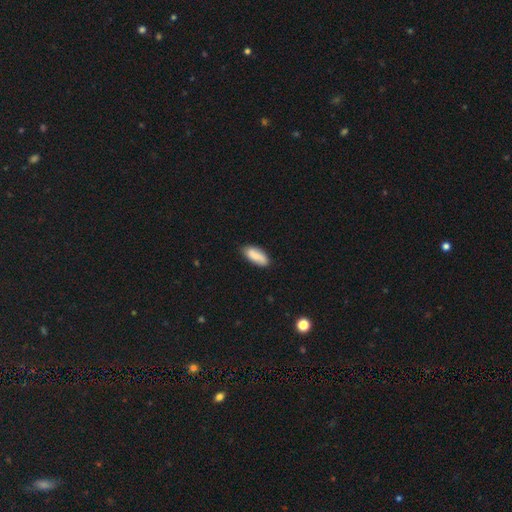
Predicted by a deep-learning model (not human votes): Overall: smooth (79%). How rounded: in between (81%). Merging: none (80%).